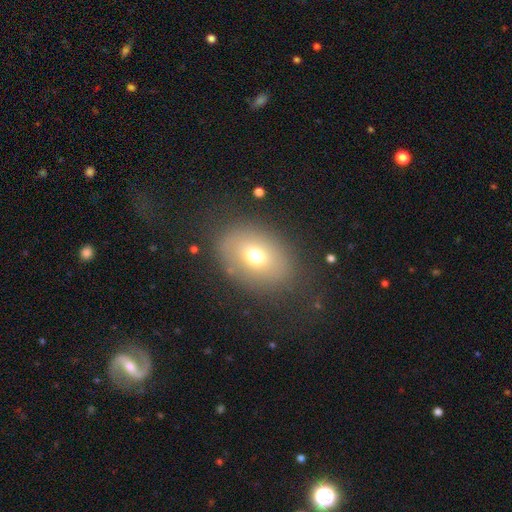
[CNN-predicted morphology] Smooth or featured?
  - smooth: 68% *
  - featured or disk: 20%
  - star or artifact: 13%
How rounded?
  - in between: 72% *
  - round: 27%
  - cigar-shaped: 1%
Merging?
  - none: 77% *
  - minor disturbance: 14%
  - major disturbance: 7%
  - merger: 2%